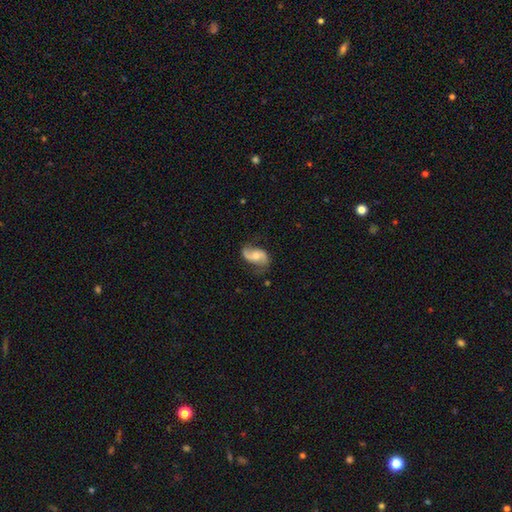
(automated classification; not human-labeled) smooth-or-featured: featured or disk: 79% | smooth: 15% | star or artifact: 6%
  disk-edge-on: no: 97% | yes: 3%
    bar: no: 52% | weak: 36% | strong: 12%
    has-spiral-arms: yes: 95% | no: 5%
      spiral-winding: loose: 63% | medium: 29% | tight: 8%
      spiral-arm-count: 2: 91% | 1: 3% | can't tell: 3% | 3: 1% | 4: 1% | more than 4: 1%
    bulge-size: moderate: 56% | small: 33% | large: 6% | none: 4% | dominant: 1%
  merging: none: 70% | minor disturbance: 20% | major disturbance: 9% | merger: 2%